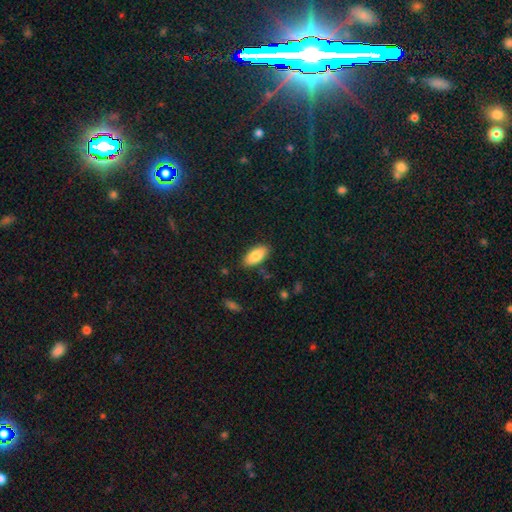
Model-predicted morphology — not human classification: Q: Smooth or featured?
A: smooth (84%); runner-up: featured or disk (10%)
Q: How rounded?
A: in between (90%); runner-up: cigar-shaped (8%)
Q: Merging?
A: none (85%); runner-up: minor disturbance (11%)